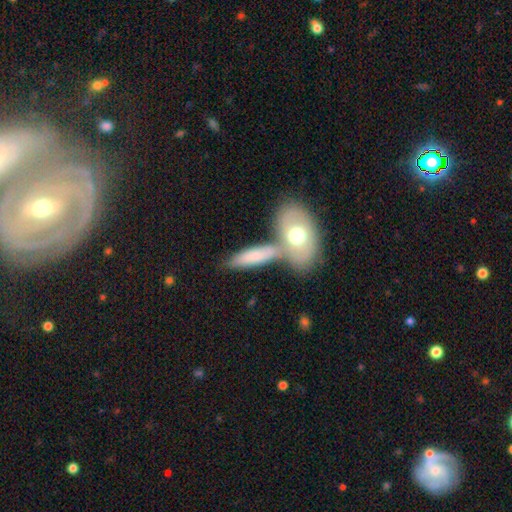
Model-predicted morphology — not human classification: Smooth or featured? Predicted: smooth (p=0.67). How rounded? Predicted: in between (p=0.56). Merging? Predicted: none (p=0.47).